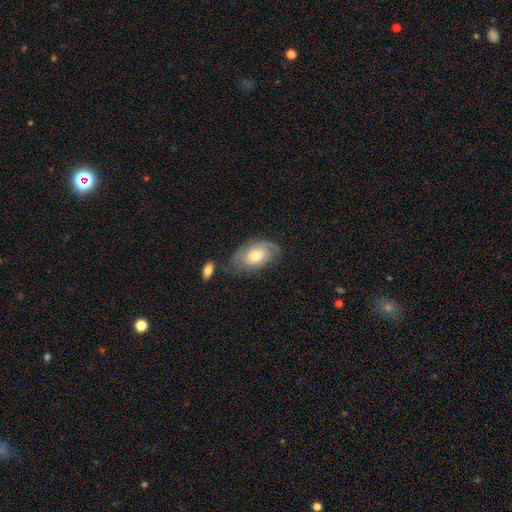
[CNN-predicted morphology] Q: Smooth or featured?
A: featured or disk (63%); runner-up: smooth (30%)
Q: Edge-on disk?
A: no (94%); runner-up: yes (6%)
Q: Bar?
A: no (76%); runner-up: weak (21%)
Q: Spiral arms?
A: yes (85%); runner-up: no (15%)
Q: Spiral winding?
A: tight (58%); runner-up: medium (29%)
Q: Spiral arm count?
A: 2 (36%); runner-up: can't tell (28%)
Q: Bulge size?
A: moderate (68%); runner-up: small (19%)
Q: Merging?
A: none (67%); runner-up: minor disturbance (21%)